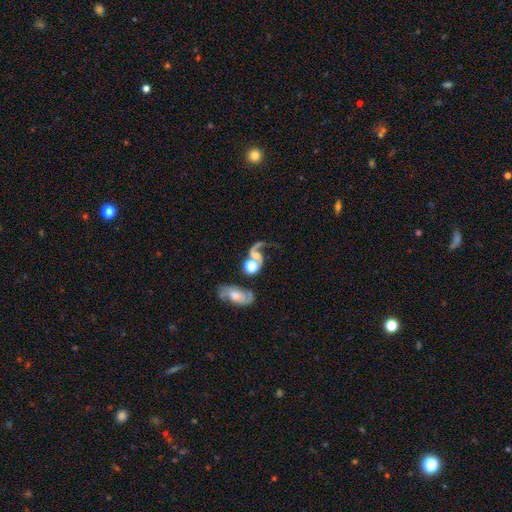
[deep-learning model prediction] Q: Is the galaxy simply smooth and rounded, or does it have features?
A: featured or disk — 67%.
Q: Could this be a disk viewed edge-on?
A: no — 96%.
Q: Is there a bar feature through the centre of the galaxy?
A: no — 62%.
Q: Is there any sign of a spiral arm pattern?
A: yes — 86%.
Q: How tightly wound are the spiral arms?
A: loose — 73%.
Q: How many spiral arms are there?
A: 2 — 53%.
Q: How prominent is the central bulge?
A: moderate — 36%.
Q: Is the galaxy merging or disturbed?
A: none — 29%, tied with merger.